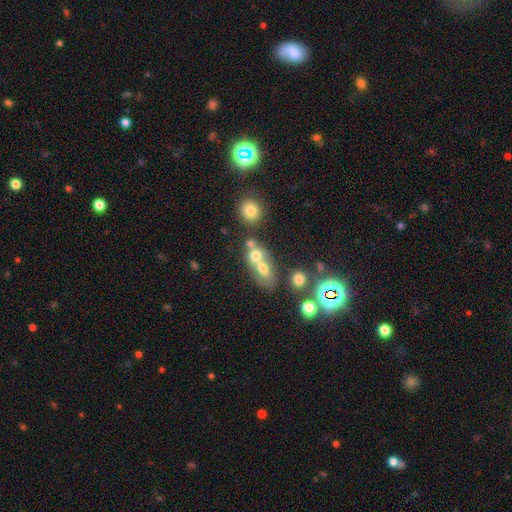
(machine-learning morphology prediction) Smooth or featured? Predicted: smooth (p=0.60). How rounded? Predicted: in between (p=0.50). Merging? Predicted: merger (p=0.61).